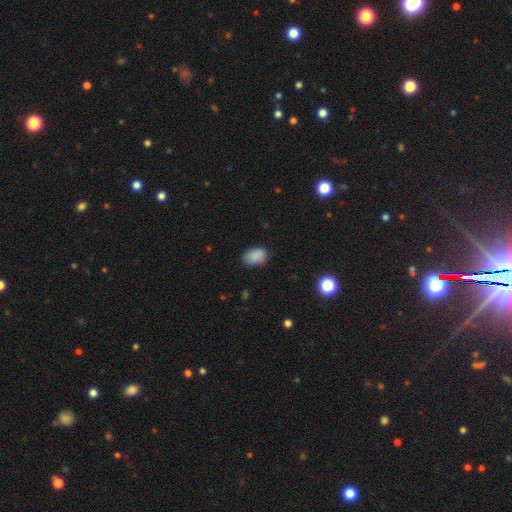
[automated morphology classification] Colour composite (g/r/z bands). It shows a smooth galaxy with no disk features (87%) that is in between round and cigar-shaped (84%). Merging: none (79%).